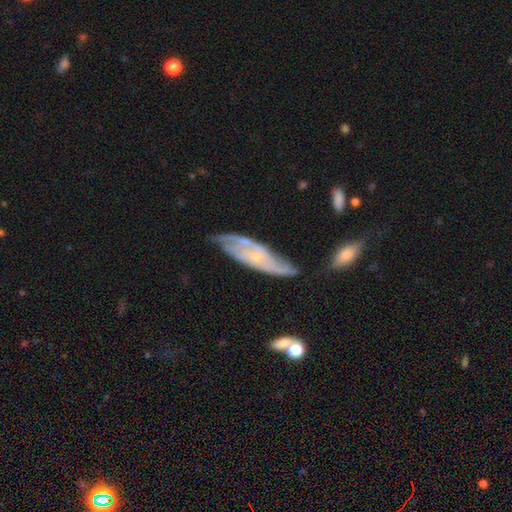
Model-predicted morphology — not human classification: featured or disk 73%, smooth 19%, star or artifact 8%. Down the decision tree: edge-on disk — no (79%); bar — no (69%); spiral arms — yes (84%); bulge size — small (78%); merging — none (58%).